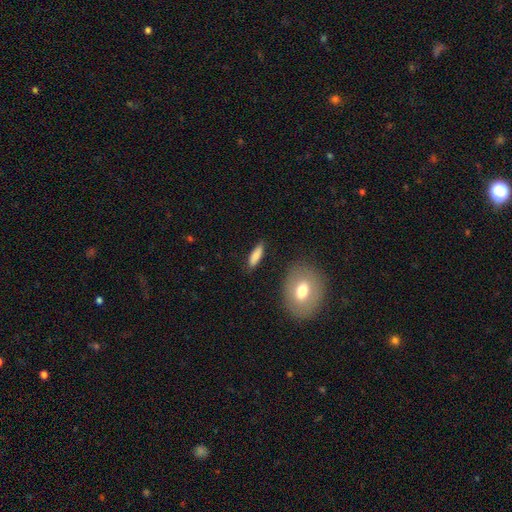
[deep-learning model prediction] smooth 84%, featured or disk 9%, star or artifact 7%. Down the decision tree: how rounded — cigar-shaped (55%); merging — none (84%).